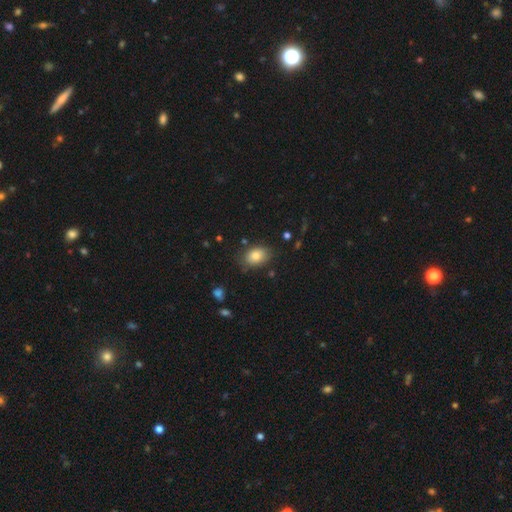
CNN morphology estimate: A smooth galaxy with no disk features (81%) that is in between round and cigar-shaped (78%). Merging: none (77%).